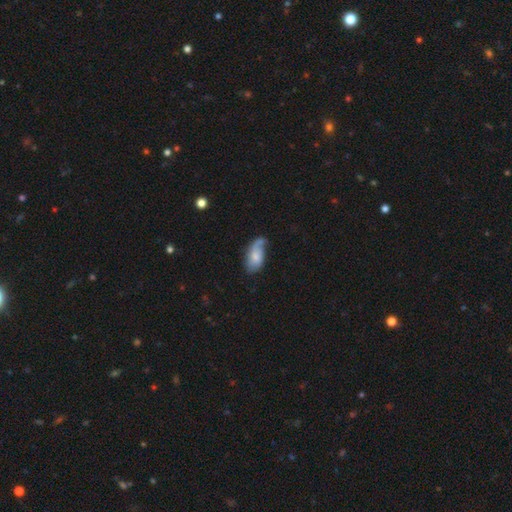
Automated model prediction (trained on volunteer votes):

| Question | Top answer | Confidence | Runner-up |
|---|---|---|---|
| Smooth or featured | smooth | 53% | featured or disk (40%) |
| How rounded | in between | 92% | round (4%) |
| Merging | none | 38% | minor disturbance (35%) |